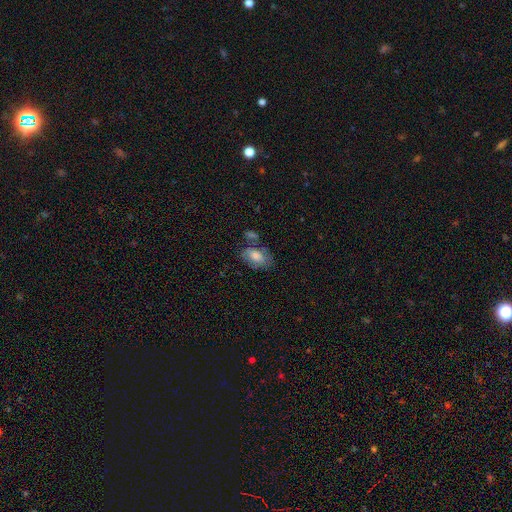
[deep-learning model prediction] Smooth or featured? smooth (69%)
How rounded? in between (89%)
Merging? none (55%)